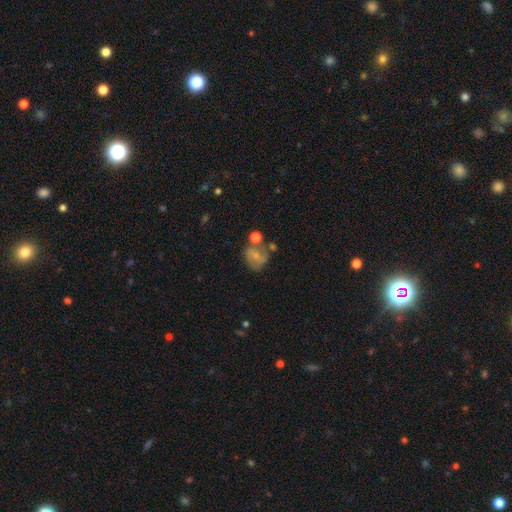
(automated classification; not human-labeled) Smooth or featured? smooth (54%)
How rounded? round (66%)
Merging? none (45%)